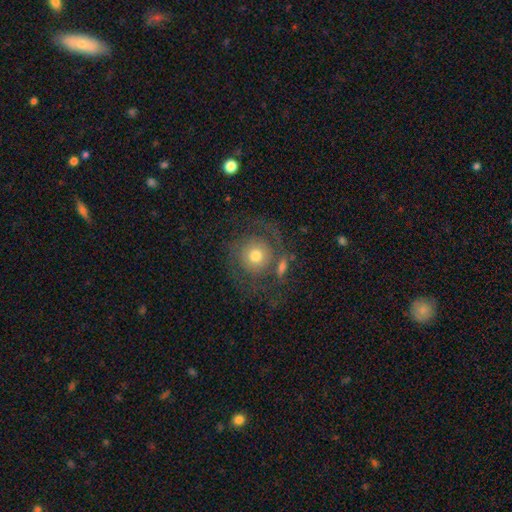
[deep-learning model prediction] A featured or disk galaxy (55%) with no bar (85%), spiral arms (76%) and a moderate central bulge (67%).

Vote fractions:
- Smooth or featured? featured or disk: 55% / smooth: 36% / star or artifact: 9%
- Edge-on disk? no: 96% / yes: 4%
- Bar? no: 85% / weak: 13% / strong: 3%
- Spiral arms? yes: 76% / no: 24%
- Bulge size? moderate: 67% / small: 19% / large: 10% / dominant: 2% / none: 2%
- Merging? none: 60% / major disturbance: 16% / minor disturbance: 15% / merger: 9%